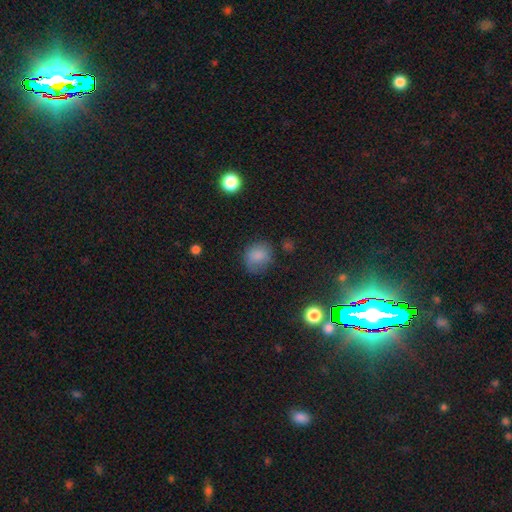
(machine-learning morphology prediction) smooth 81%, star or artifact 11%, featured or disk 8%. Down the decision tree: how rounded — round (71%); merging — none (68%).